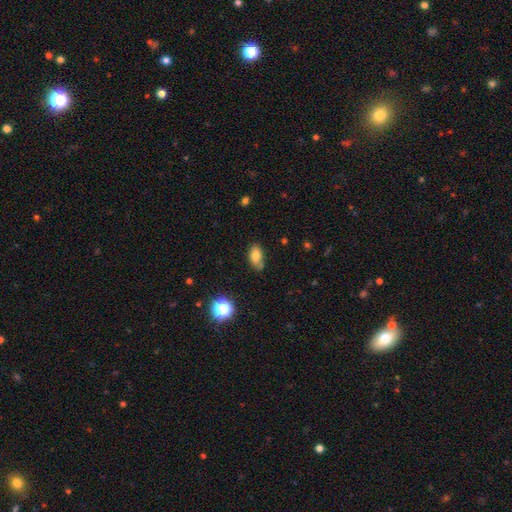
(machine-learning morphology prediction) Overall: smooth (77%). How rounded: in between (88%). Merging: none (64%; minor disturbance 26%).